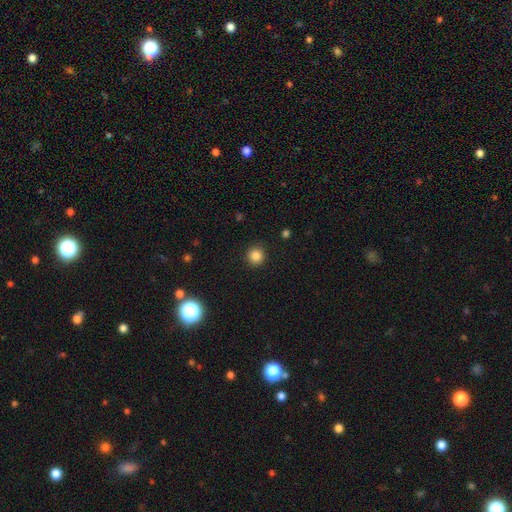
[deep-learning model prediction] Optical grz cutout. It shows a smooth galaxy with no disk features (85%) that is round (93%). Merging: none (91%).